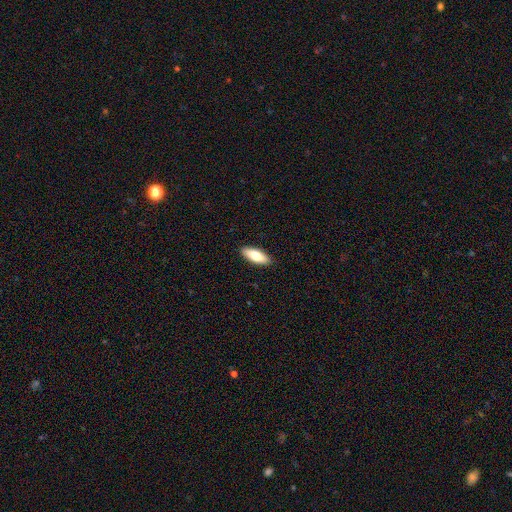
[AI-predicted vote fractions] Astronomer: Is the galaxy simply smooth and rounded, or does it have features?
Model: smooth — 79%.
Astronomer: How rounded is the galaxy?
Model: in between — 74%.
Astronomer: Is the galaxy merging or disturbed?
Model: none — 90%.